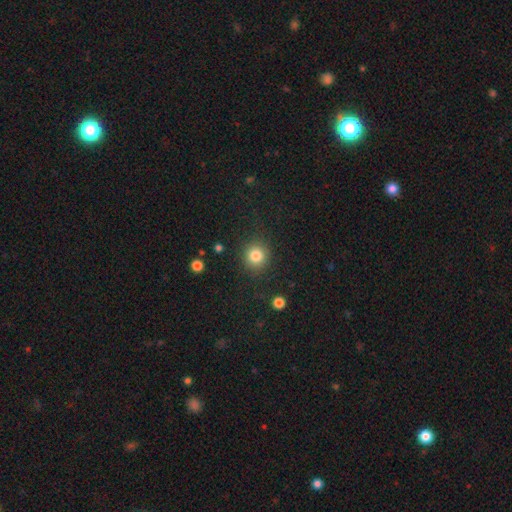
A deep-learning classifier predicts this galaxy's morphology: Overall: smooth (83%). How rounded: round (90%). Merging: none (88%).